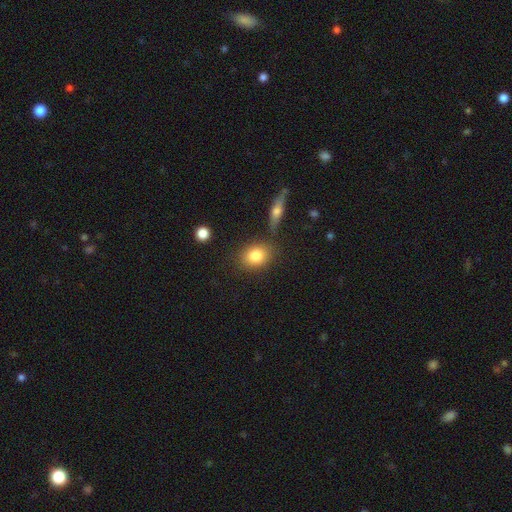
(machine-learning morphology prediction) A smooth galaxy with no disk features (82%) that is in between round and cigar-shaped (56%).

Vote fractions:
- Smooth or featured? smooth: 82% / featured or disk: 10% / star or artifact: 8%
- How rounded? in between: 56% / round: 42% / cigar-shaped: 2%
- Merging? none: 78% / minor disturbance: 11% / merger: 7% / major disturbance: 3%